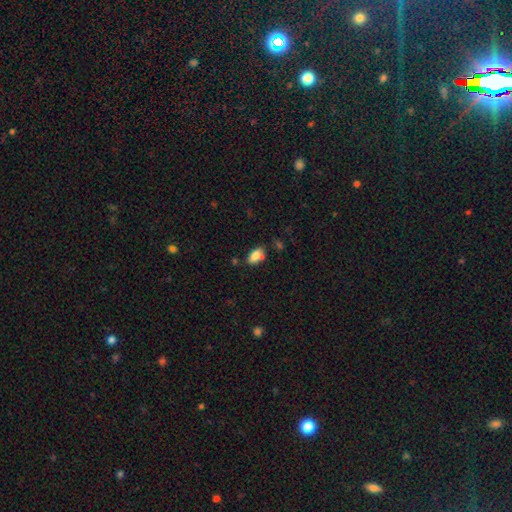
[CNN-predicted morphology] Smooth or featured? smooth (82%)
How rounded? in between (90%)
Merging? none (60%)